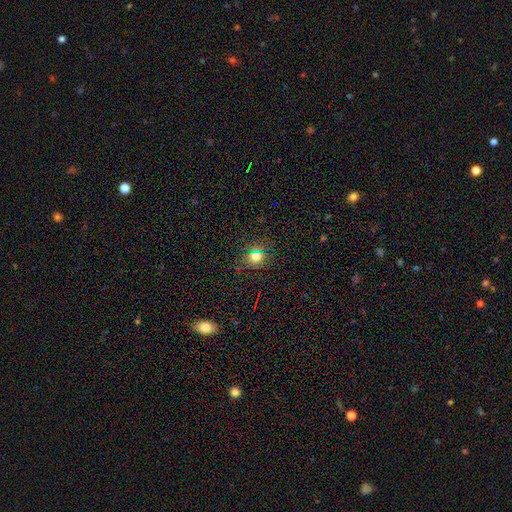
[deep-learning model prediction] Smooth or featured? Predicted: smooth (p=0.65). How rounded? Predicted: round (p=0.80). Merging? Predicted: none (p=0.86).